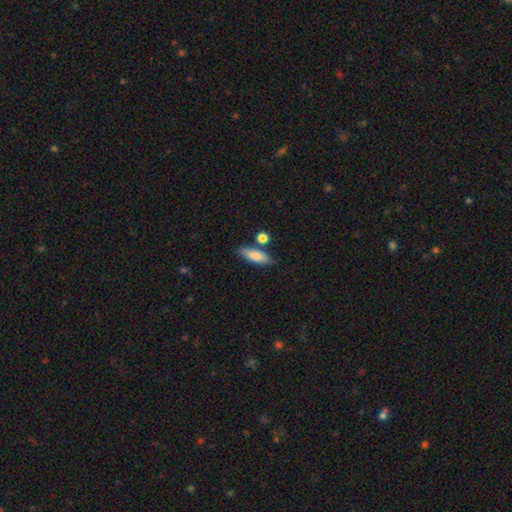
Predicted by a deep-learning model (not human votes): Overall: smooth (82%). How rounded: in between (56%; cigar-shaped 41%). Merging: none (75%).